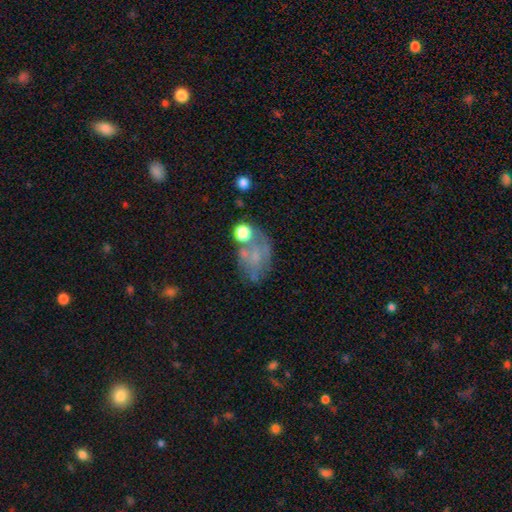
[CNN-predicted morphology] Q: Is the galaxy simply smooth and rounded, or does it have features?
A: featured or disk — 44%.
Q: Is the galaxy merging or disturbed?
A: none — 43%.